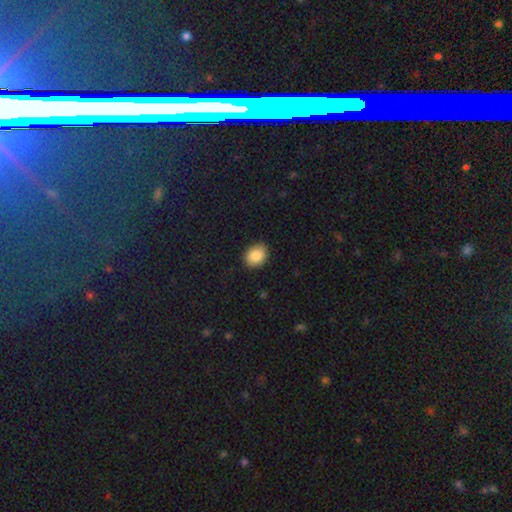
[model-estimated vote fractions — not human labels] This appears to be a smooth galaxy with no disk features (87%) that is in between round and cigar-shaped (56%). Merging: none (88%).